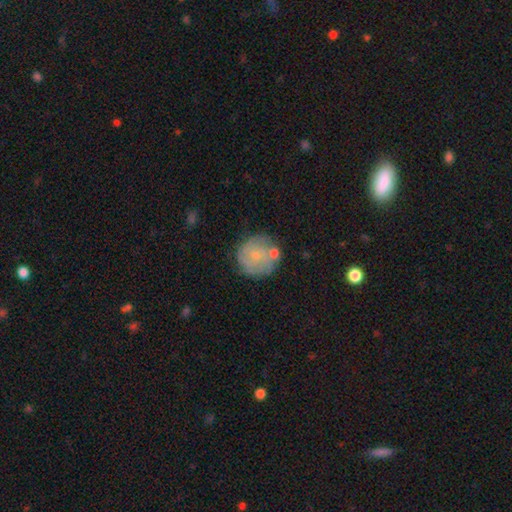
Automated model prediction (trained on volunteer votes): This is possibly a smooth galaxy (47%). Merging: likely none (65%).